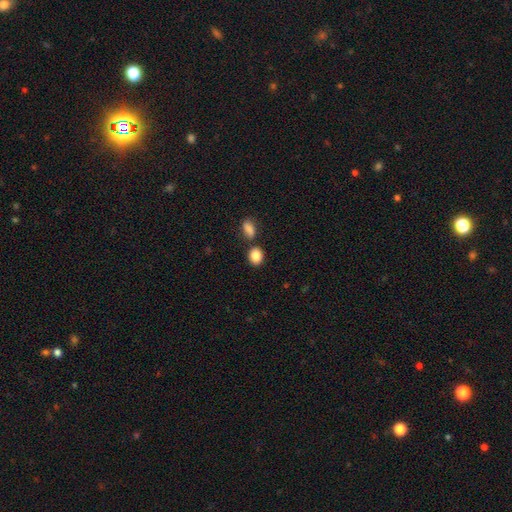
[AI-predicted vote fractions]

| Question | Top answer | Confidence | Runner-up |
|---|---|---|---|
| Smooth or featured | smooth | 87% | star or artifact (9%) |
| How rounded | in between | 52% | round (47%) |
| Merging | none | 72% | merger (14%) |